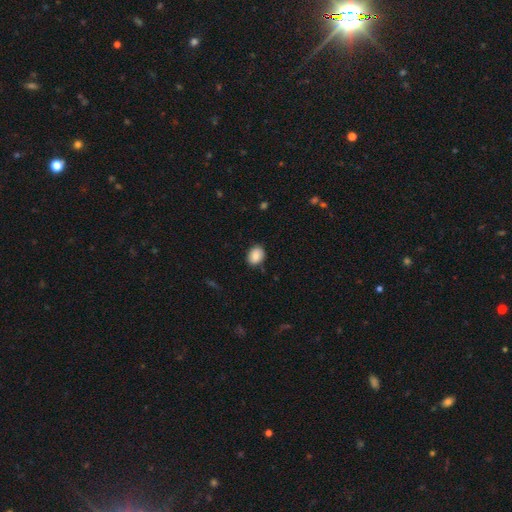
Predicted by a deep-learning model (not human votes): smooth_or_featured: smooth (p=0.85) [alt: star or artifact p=0.08]
how_rounded: in between (p=0.61) [alt: round p=0.38]
merging: none (p=0.83) [alt: minor disturbance p=0.13]